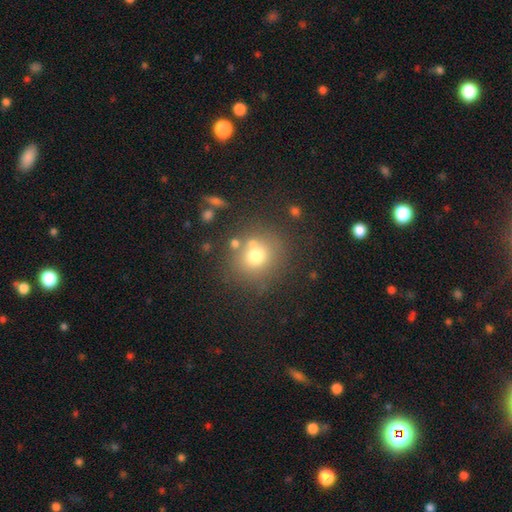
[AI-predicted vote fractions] Smooth or featured? smooth (69%)
How rounded? round (84%)
Merging? none (69%)